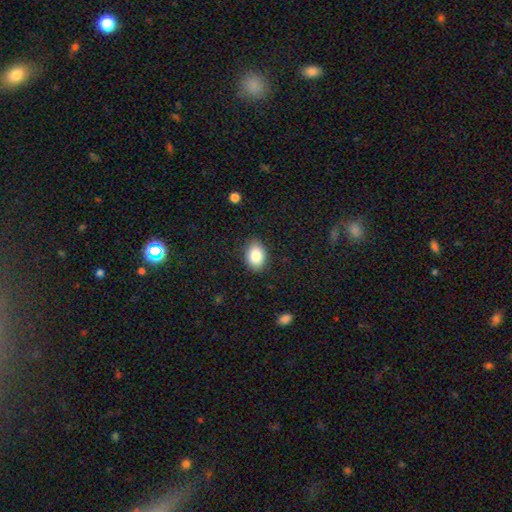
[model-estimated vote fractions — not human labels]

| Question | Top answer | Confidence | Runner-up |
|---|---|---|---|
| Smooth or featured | smooth | 86% | star or artifact (8%) |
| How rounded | in between | 82% | round (17%) |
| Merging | none | 86% | minor disturbance (11%) |